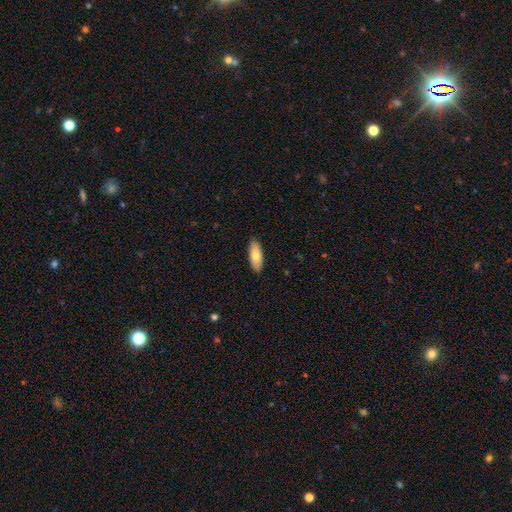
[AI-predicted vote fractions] This is likely a smooth galaxy (74%). How rounded: likely in between (74%). Merging: clearly none (89%).